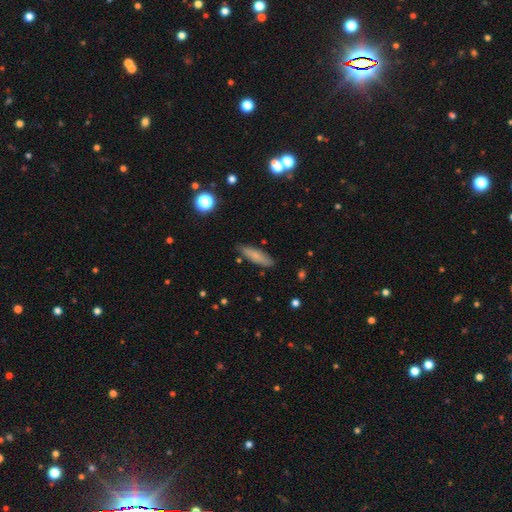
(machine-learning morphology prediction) smooth-or-featured: smooth: 75% | featured or disk: 17% | star or artifact: 8%
  how-rounded: cigar-shaped: 67% | in between: 31% | round: 2%
  merging: none: 83% | minor disturbance: 13% | major disturbance: 2% | merger: 2%